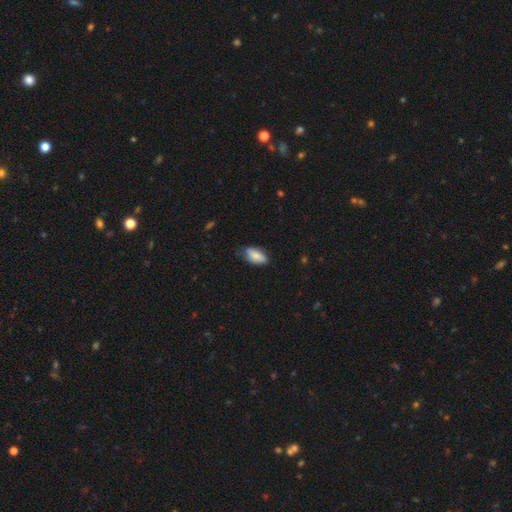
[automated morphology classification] Overall: smooth (82%). How rounded: in between (90%). Merging: none (68%).